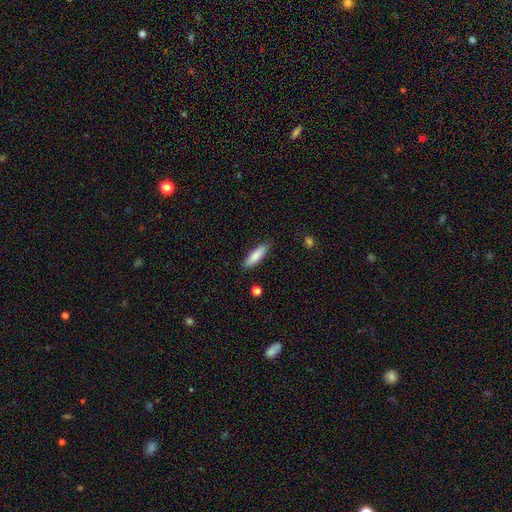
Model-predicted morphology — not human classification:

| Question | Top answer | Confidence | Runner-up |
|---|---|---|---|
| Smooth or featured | smooth | 83% | featured or disk (11%) |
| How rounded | cigar-shaped | 58% | in between (40%) |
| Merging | none | 87% | minor disturbance (9%) |